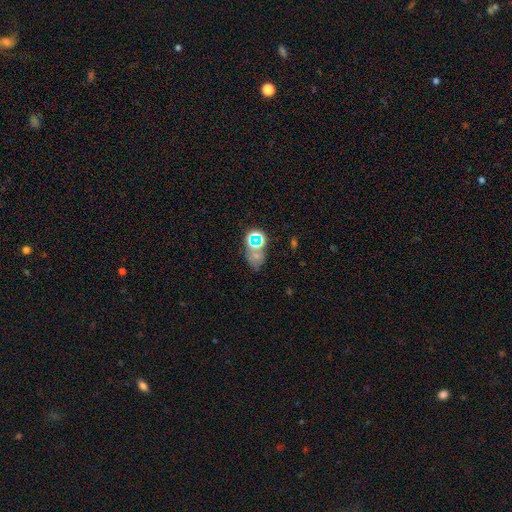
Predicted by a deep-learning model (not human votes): Smooth or featured?
  - smooth: 43% *
  - star or artifact: 38%
  - featured or disk: 18%
Merging?
  - none: 47% *
  - merger: 26%
  - minor disturbance: 16%
  - major disturbance: 12%